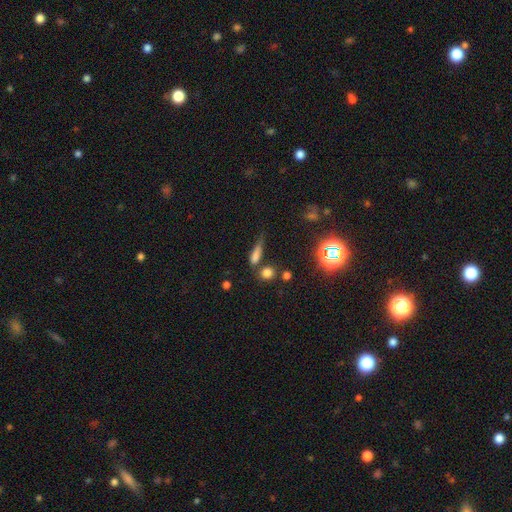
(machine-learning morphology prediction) Q: Smooth or featured?
A: smooth (70%); runner-up: star or artifact (17%)
Q: How rounded?
A: cigar-shaped (52%); runner-up: in between (38%)
Q: Merging?
A: none (46%); runner-up: minor disturbance (25%)